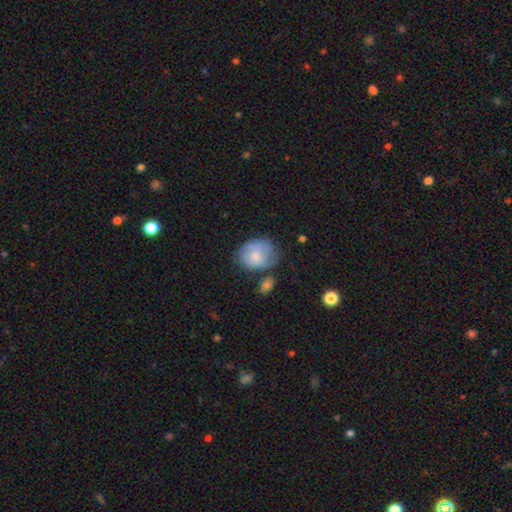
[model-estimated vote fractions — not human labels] Smooth or featured?
  - smooth: 67% *
  - featured or disk: 26%
  - star or artifact: 7%
How rounded?
  - in between: 55% *
  - round: 44%
  - cigar-shaped: 1%
Merging?
  - none: 45% *
  - minor disturbance: 31%
  - major disturbance: 14%
  - merger: 10%